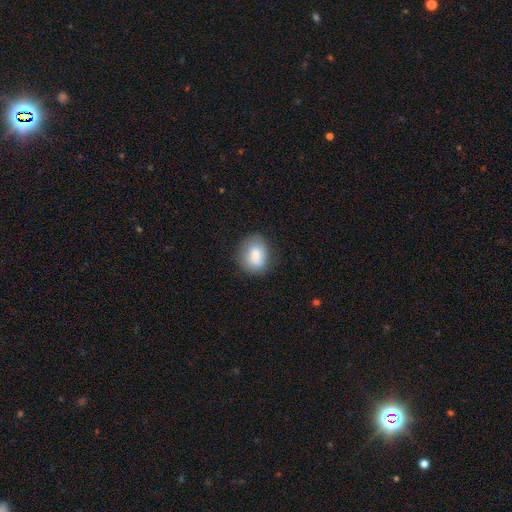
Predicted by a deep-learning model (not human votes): Smooth or featured?
  - smooth: 84% *
  - featured or disk: 8%
  - star or artifact: 7%
How rounded?
  - in between: 51% *
  - round: 48%
  - cigar-shaped: 1%
Merging?
  - none: 75% *
  - minor disturbance: 19%
  - major disturbance: 5%
  - merger: 1%